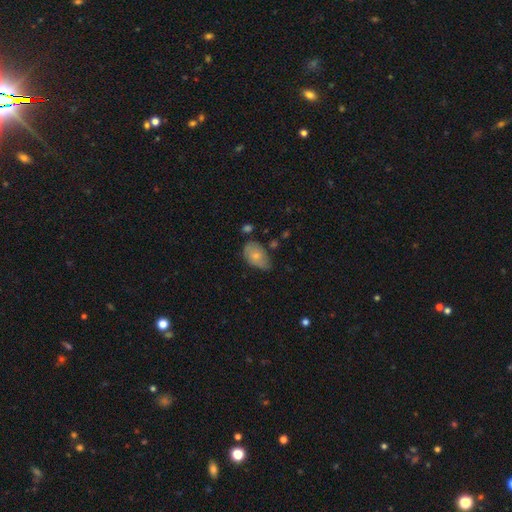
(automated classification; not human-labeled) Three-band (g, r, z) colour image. It shows a smooth galaxy with no disk features (65%) that is in between round and cigar-shaped (89%). Merging: none (46%).